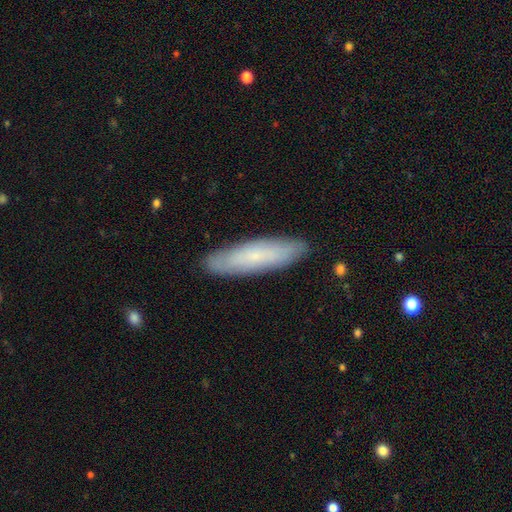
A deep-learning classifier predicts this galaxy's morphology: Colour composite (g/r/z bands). It shows a smooth galaxy with no disk features (63%) that is cigar-shaped (73%). Merging: none (88%).